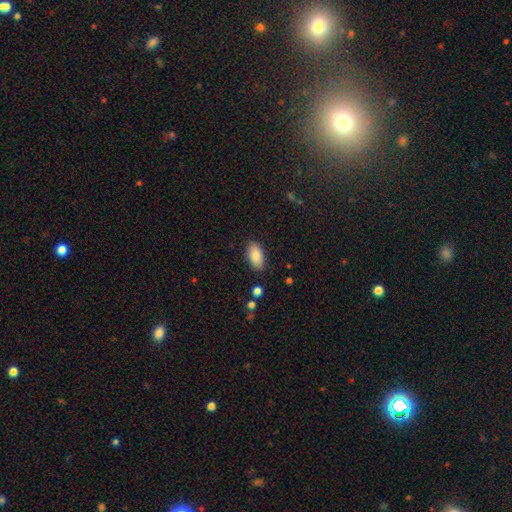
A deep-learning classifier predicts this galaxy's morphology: This is clearly a smooth galaxy (85%). How rounded: clearly in between (92%). Merging: clearly none (87%).